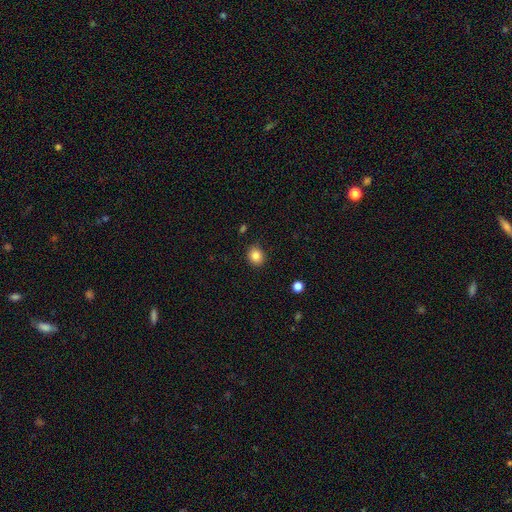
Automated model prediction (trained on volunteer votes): Smooth or featured: smooth — 84% (star or artifact — 10%)
How rounded: round — 70% (in between — 29%)
Merging: none — 89% (minor disturbance — 8%)